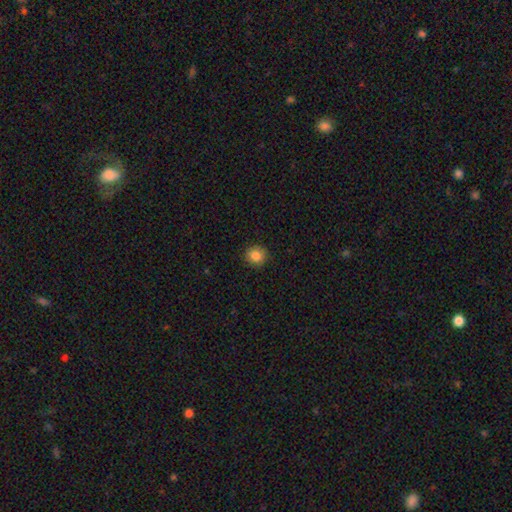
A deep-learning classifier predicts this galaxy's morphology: Smooth or featured: smooth — 86% (star or artifact — 10%)
How rounded: round — 88% (in between — 11%)
Merging: none — 90% (minor disturbance — 7%)